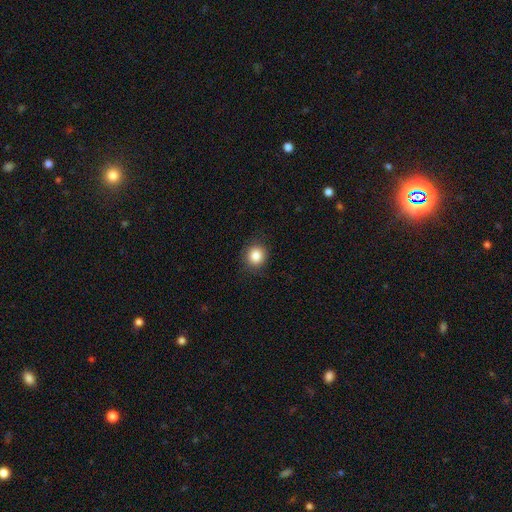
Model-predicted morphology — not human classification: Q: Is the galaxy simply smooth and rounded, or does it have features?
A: smooth — 85%.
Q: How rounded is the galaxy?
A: round — 87%.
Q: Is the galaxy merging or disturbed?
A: none — 89%.